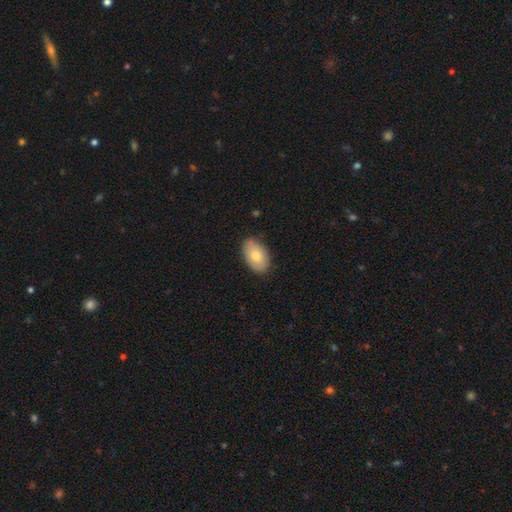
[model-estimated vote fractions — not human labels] Overall: smooth (73%). How rounded: in between (90%). Merging: none (84%).